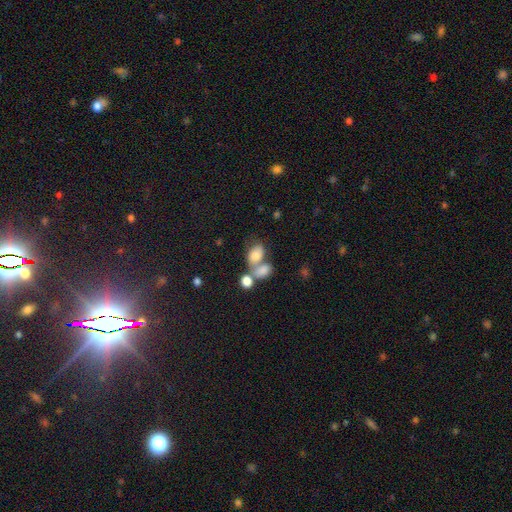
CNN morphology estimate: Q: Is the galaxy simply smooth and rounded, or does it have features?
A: smooth — 74%.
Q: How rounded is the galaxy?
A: in between — 82%.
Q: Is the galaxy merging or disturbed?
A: merger — 53%.